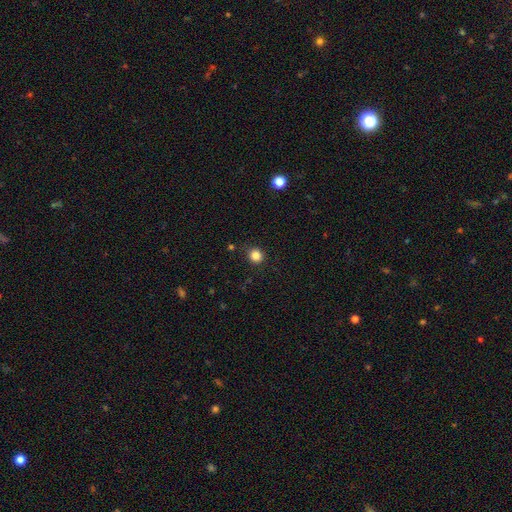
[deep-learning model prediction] This appears to be a smooth galaxy with no disk features (84%) that is round (89%). Merging: none (88%).